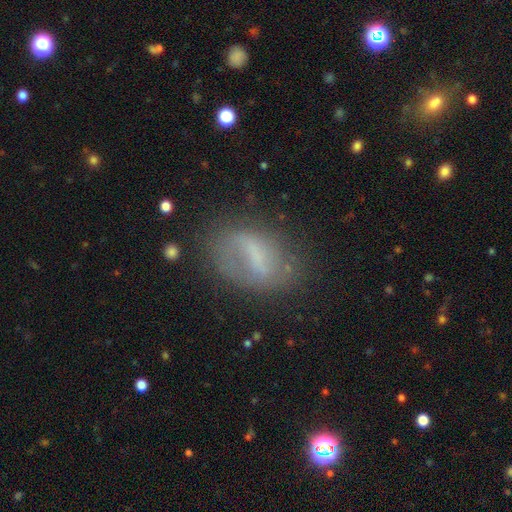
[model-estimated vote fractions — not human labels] Morphology: type=featured or disk (45%); merging=none (59%).